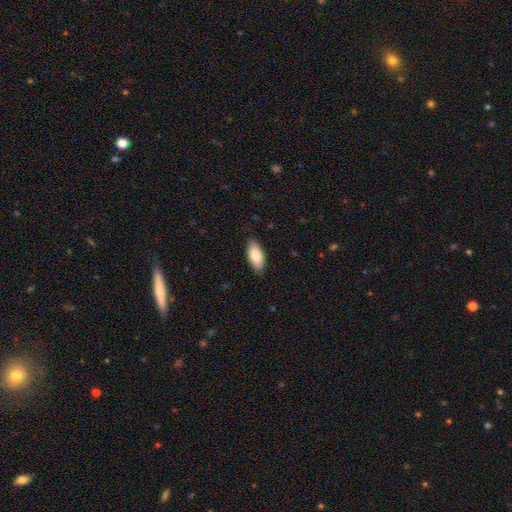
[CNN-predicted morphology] The model was most divided on "merging": none: 85%, minor disturbance: 12%, major disturbance: 2%, merger: 1%. More confident: how rounded — in between (88%); smooth or featured — smooth (86%).